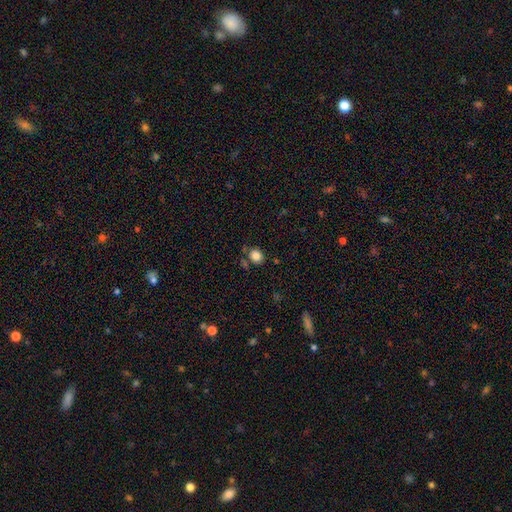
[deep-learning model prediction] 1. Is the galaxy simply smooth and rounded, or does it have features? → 84% smooth, 10% star or artifact, 6% featured or disk.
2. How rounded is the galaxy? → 54% round, 45% in between, 1% cigar-shaped.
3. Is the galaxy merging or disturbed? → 72% none, 14% minor disturbance, 9% merger, 5% major disturbance.